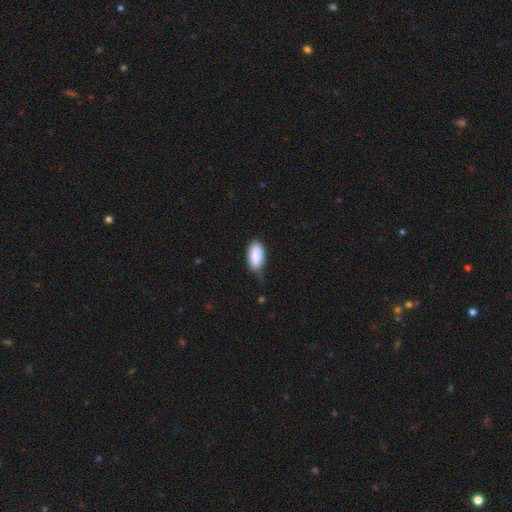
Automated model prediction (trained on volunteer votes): This is clearly a smooth galaxy (85%). How rounded: clearly in between (94%). Merging: marginally minor disturbance (44%).